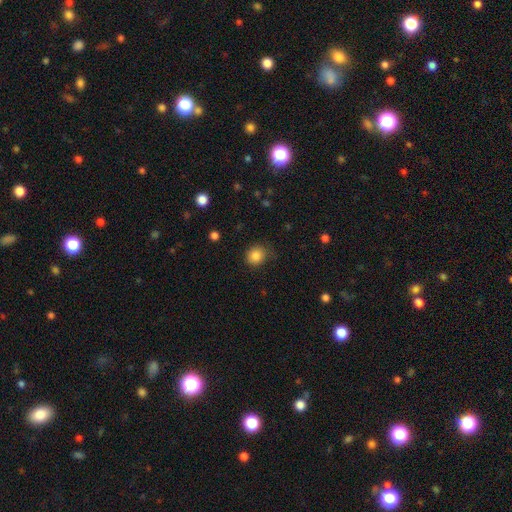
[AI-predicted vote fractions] Smooth or featured? Predicted: smooth (p=0.85). How rounded? Predicted: round (p=0.82). Merging? Predicted: none (p=0.77).